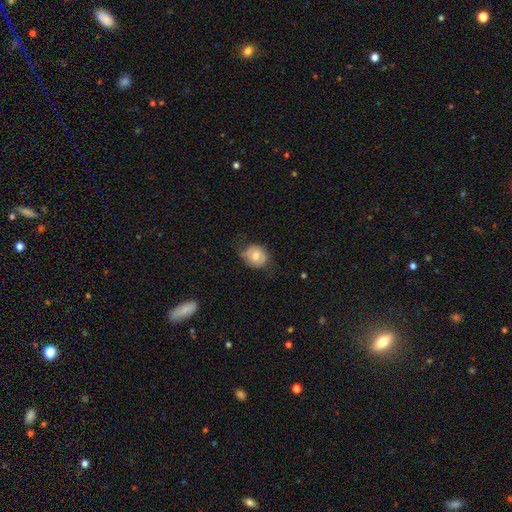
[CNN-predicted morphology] Smooth or featured? Predicted: smooth (p=0.68). How rounded? Predicted: round (p=0.63). Merging? Predicted: none (p=0.64).